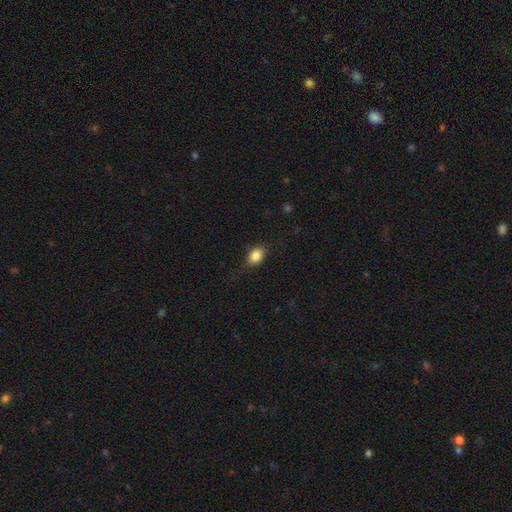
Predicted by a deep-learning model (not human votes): This appears to be a smooth galaxy with no disk features (84%) that is in between round and cigar-shaped (69%). Merging: none (76%).